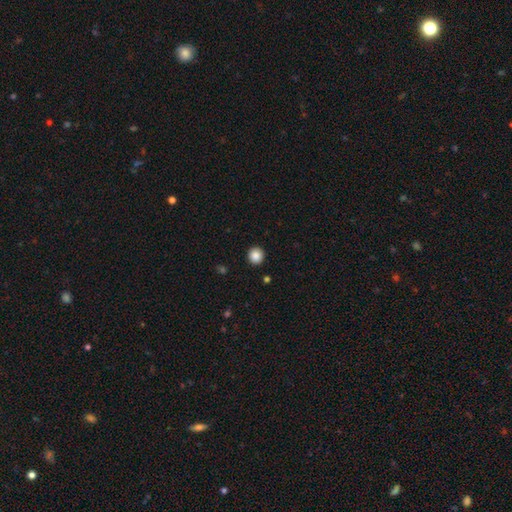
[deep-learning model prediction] Overall: smooth (87%). How rounded: round (92%). Merging: none (93%).